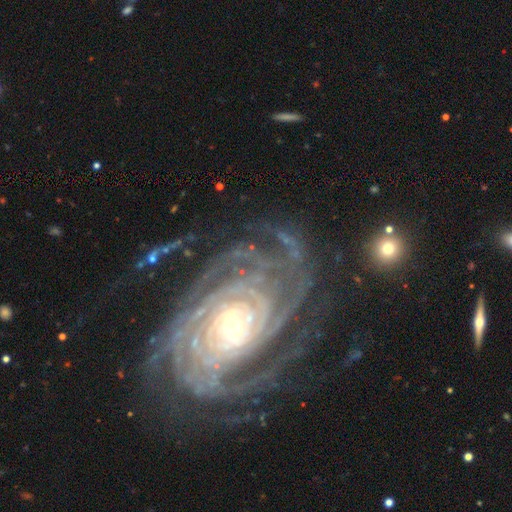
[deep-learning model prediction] The model was most divided on "spiral arm count": more than 4: 31%, 4: 21%, can't tell: 19%, 3: 12%, 2: 10%, 1: 8%. More confident: spiral arms — yes (98%); edge-on disk — no (97%); smooth or featured — featured or disk (91%); spiral winding — tight (83%); merging — none (73%); bulge size — small (56%); bar — no (52%).